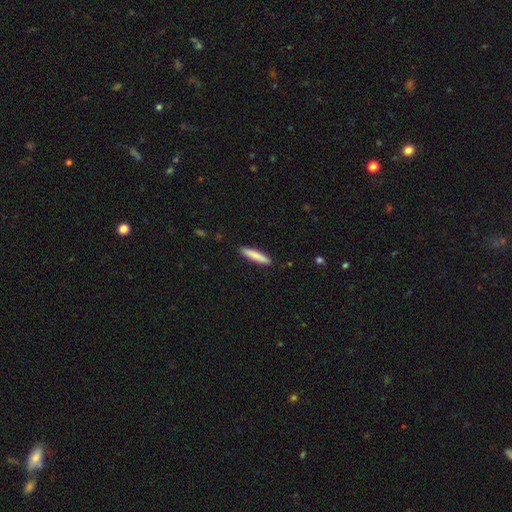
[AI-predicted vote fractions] smooth 83%, featured or disk 11%, star or artifact 5%. Down the decision tree: how rounded — cigar-shaped (88%); merging — none (90%).